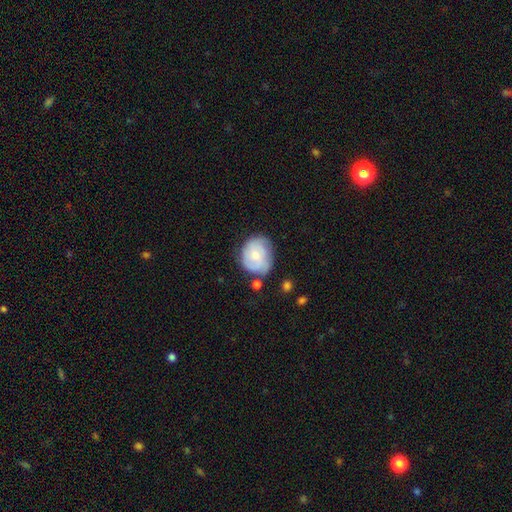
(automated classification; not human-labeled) Overall: smooth (58%; featured or disk 36%). How rounded: round (62%; in between 37%). Merging: none (58%; minor disturbance 27%).